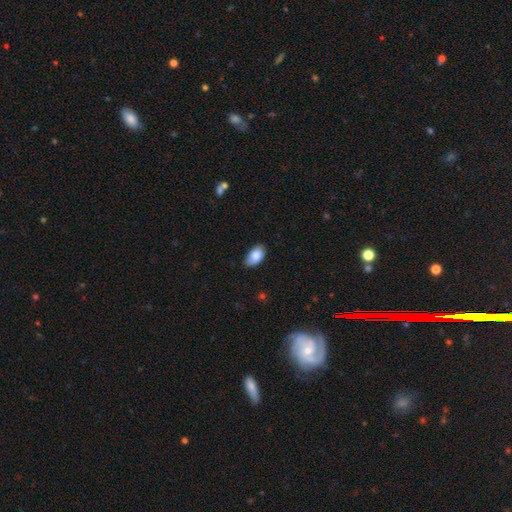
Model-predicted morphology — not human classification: This is clearly a smooth galaxy (84%). How rounded: clearly in between (94%). Merging: likely none (76%).